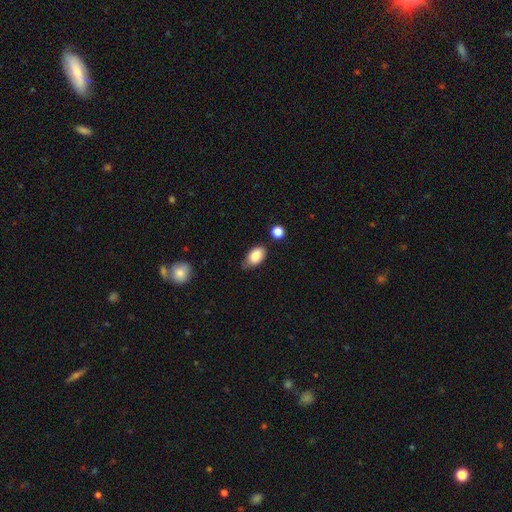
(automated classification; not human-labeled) The model was most divided on "merging": none: 62%, minor disturbance: 28%, major disturbance: 6%, merger: 5%. More confident: how rounded — in between (91%); smooth or featured — smooth (86%).